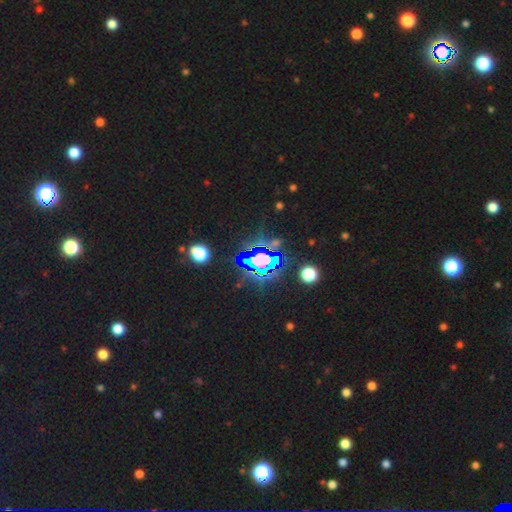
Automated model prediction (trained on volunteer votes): smooth_or_featured: star or artifact (p=0.73) [alt: smooth p=0.14]